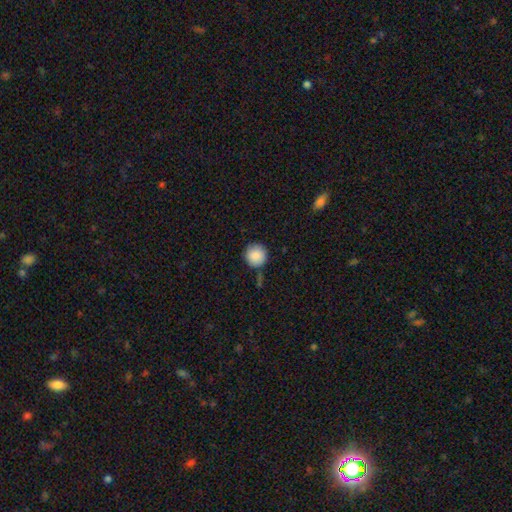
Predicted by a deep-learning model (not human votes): A smooth galaxy with no disk features (88%) that is round (95%). Merging: none (82%).